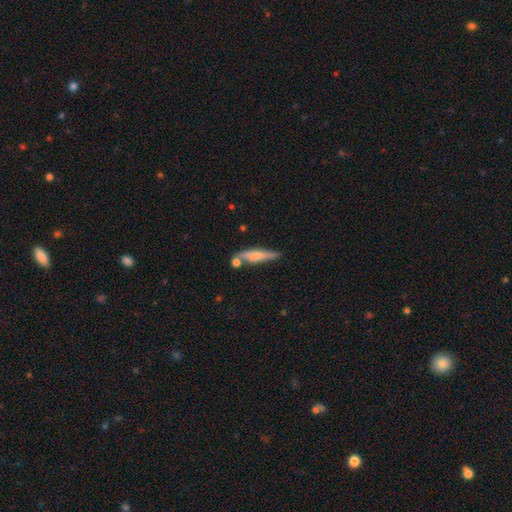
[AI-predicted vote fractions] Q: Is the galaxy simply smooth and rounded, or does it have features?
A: smooth — 53%.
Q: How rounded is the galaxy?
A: cigar-shaped — 85%.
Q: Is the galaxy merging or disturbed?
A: none — 65%.